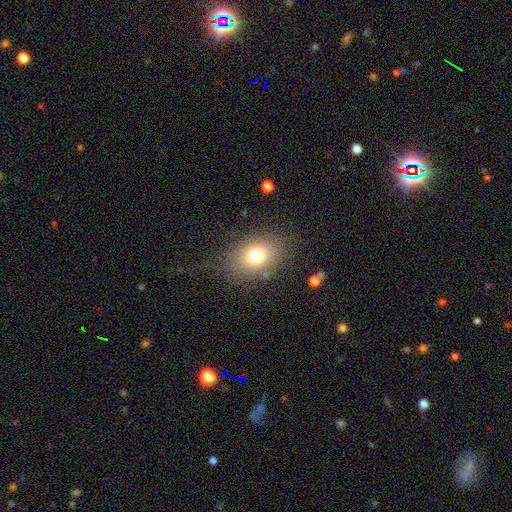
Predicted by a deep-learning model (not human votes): Morphology: type=smooth (74%); roundness=in between (67%); merging=none (77%).